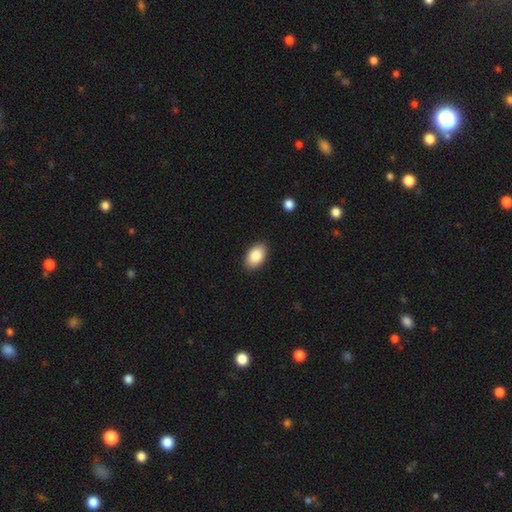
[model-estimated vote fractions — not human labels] The model was most divided on "smooth or featured": smooth: 86%, featured or disk: 7%, star or artifact: 7%. More confident: how rounded — in between (92%); merging — none (89%).